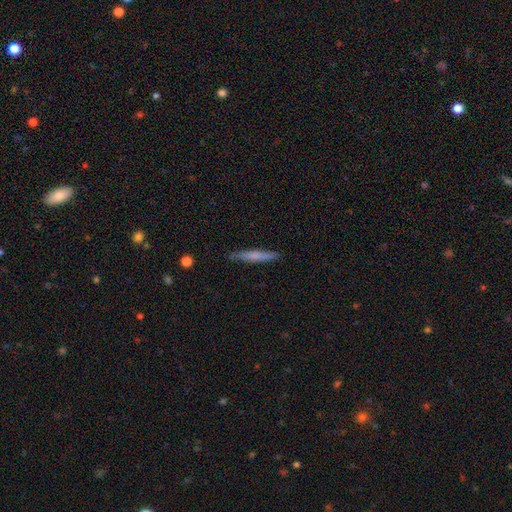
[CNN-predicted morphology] This appears to be a smooth galaxy with no disk features (59%) that is cigar-shaped (95%). Merging: none (88%).